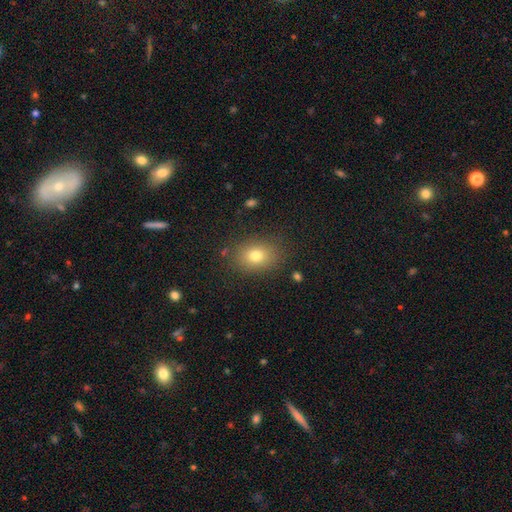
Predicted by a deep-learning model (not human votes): This appears to be a smooth galaxy with no disk features (76%) that is in between round and cigar-shaped (64%). Merging: none (84%).